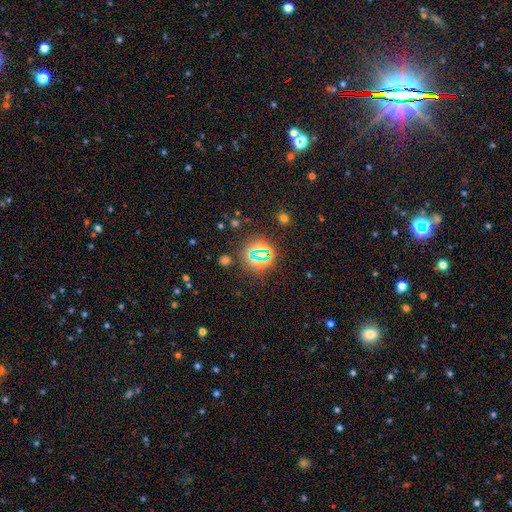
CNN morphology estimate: Smooth or featured? Predicted: star or artifact (p=0.68).